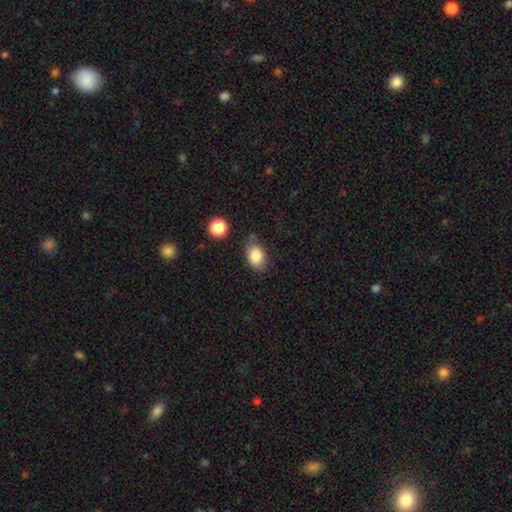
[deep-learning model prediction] Smooth or featured: smooth — 87% (star or artifact — 8%)
How rounded: in between — 79% (round — 19%)
Merging: none — 71% (minor disturbance — 19%)